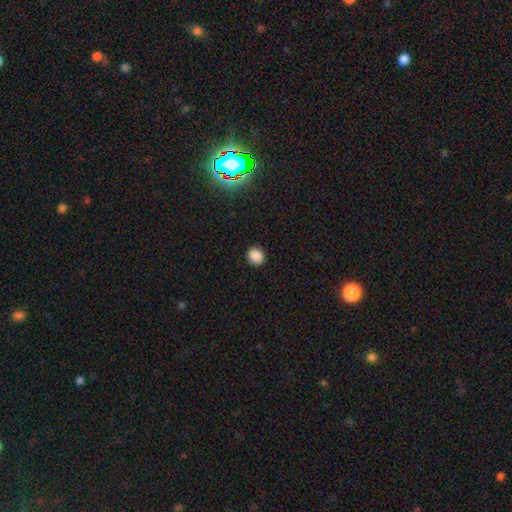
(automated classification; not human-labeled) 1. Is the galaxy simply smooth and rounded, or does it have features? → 87% smooth, 10% star or artifact, 3% featured or disk.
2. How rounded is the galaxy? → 81% round, 18% in between, 1% cigar-shaped.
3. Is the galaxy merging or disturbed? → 90% none, 7% minor disturbance, 2% major disturbance, 1% merger.